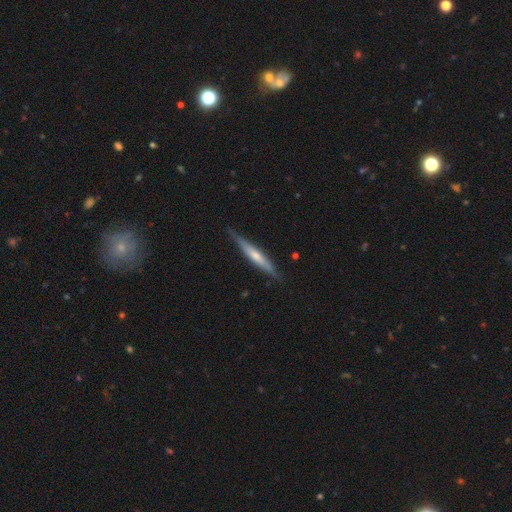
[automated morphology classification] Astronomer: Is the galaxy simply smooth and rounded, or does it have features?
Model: featured or disk — 56% (runner-up: smooth, 38%).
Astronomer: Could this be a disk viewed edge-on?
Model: yes — 95%.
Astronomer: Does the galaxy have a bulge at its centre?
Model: rounded — 60%.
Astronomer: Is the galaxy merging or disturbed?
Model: none — 84%.